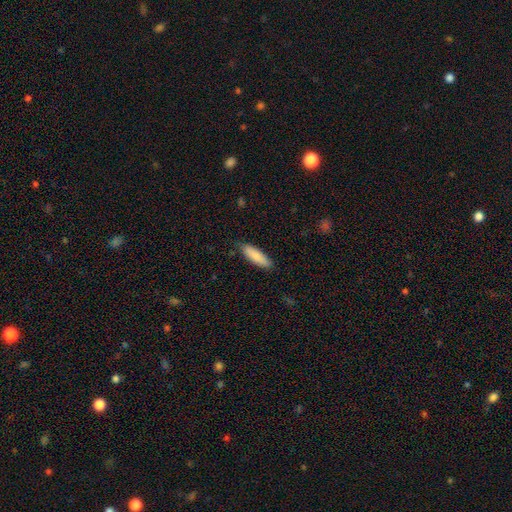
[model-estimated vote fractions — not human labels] This appears to be a smooth galaxy with no disk features (85%) that is cigar-shaped (53%). Merging: none (85%).